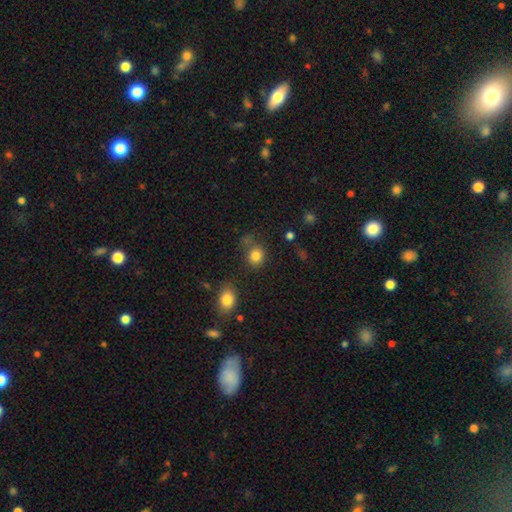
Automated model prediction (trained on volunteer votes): The model was most divided on "merging": none: 69%, minor disturbance: 16%, merger: 9%, major disturbance: 6%. More confident: smooth or featured — smooth (83%); how rounded — round (78%).